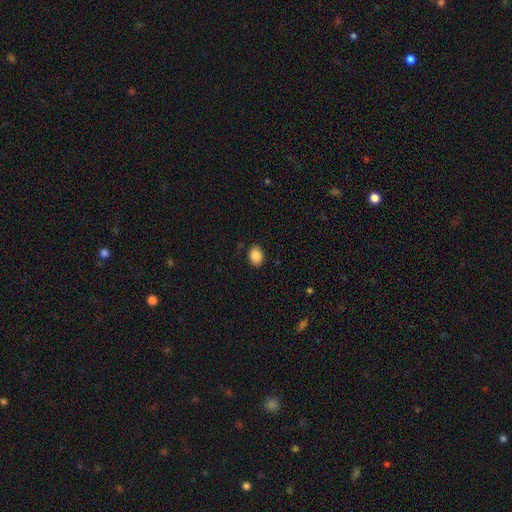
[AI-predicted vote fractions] smooth 87%, star or artifact 8%, featured or disk 5%. Down the decision tree: how rounded — in between (74%); merging — none (88%).